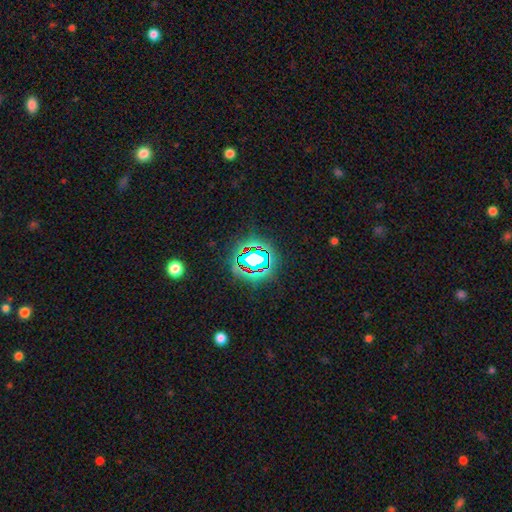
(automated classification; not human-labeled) Smooth or featured: star or artifact — 71% (smooth — 17%)